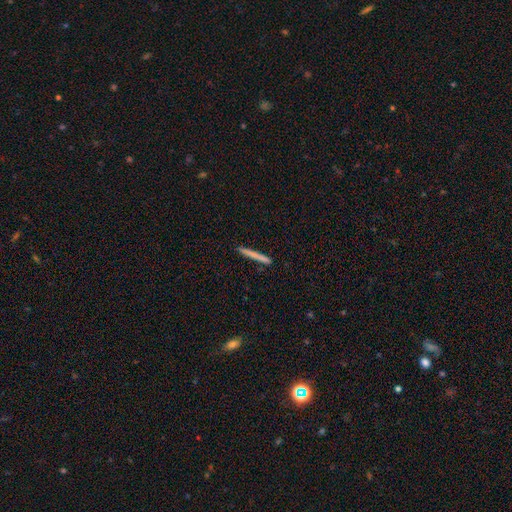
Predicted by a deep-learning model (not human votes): Smooth or featured? smooth (70%)
How rounded? cigar-shaped (97%)
Merging? none (90%)